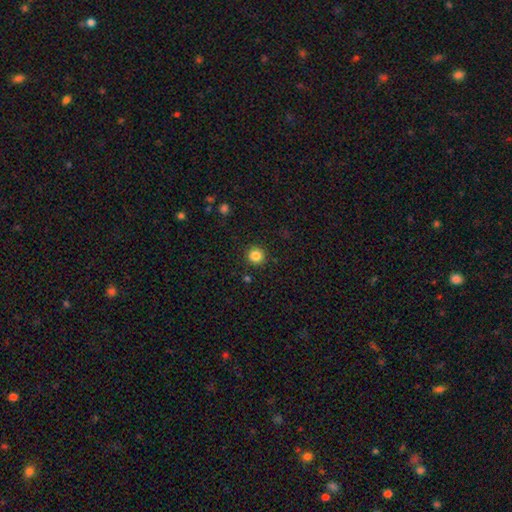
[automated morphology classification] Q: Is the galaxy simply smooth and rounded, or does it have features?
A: smooth — 84%.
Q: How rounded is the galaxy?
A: round — 94%.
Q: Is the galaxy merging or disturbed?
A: none — 90%.